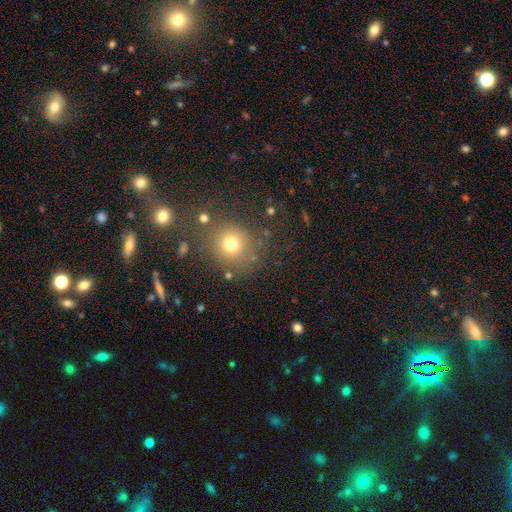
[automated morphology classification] The model was most divided on "smooth or featured": smooth: 57%, star or artifact: 34%, featured or disk: 9%. More confident: how rounded — round (89%); merging — none (80%).